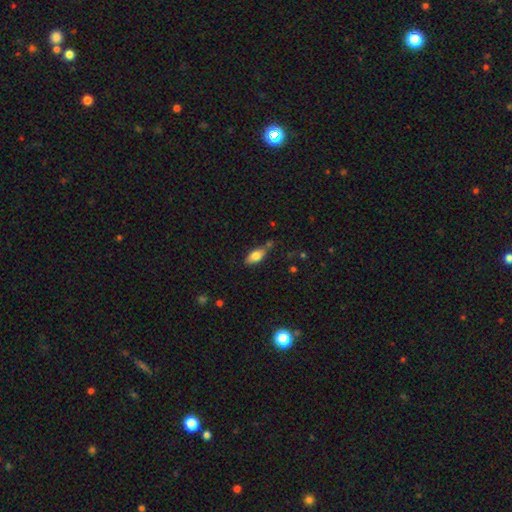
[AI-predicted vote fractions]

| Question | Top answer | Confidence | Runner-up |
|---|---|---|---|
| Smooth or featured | smooth | 73% | featured or disk (20%) |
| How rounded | in between | 82% | cigar-shaped (15%) |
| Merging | none | 65% | minor disturbance (22%) |